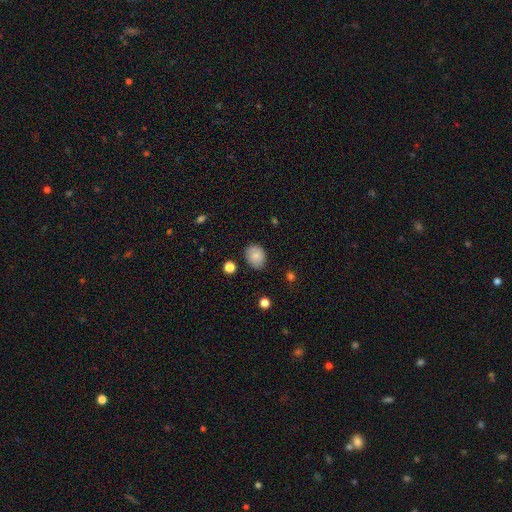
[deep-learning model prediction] A smooth galaxy with no disk features (81%) that is in between round and cigar-shaped (55%). Merging: none (81%).